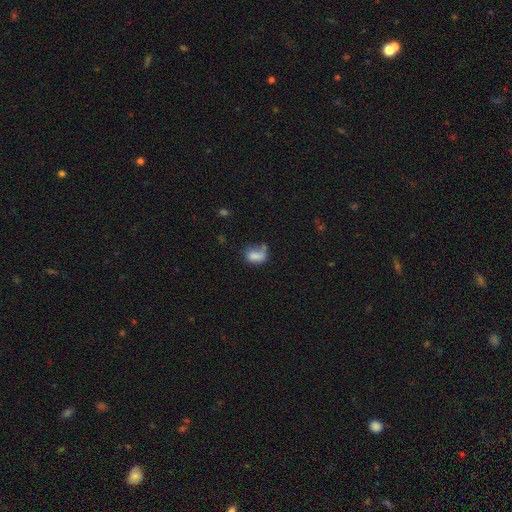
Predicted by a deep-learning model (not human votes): smooth_or_featured: smooth (p=0.76) [alt: featured or disk p=0.13]
how_rounded: in between (p=0.72) [alt: round p=0.26]
merging: none (p=0.37) [alt: minor disturbance p=0.26]